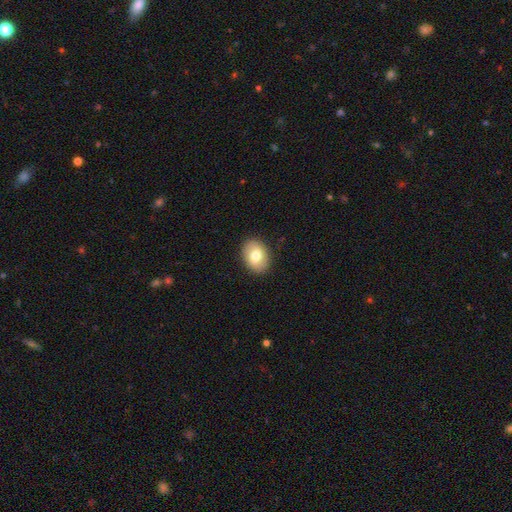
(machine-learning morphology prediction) Overall: smooth (76%). How rounded: in between (73%). Merging: none (89%).